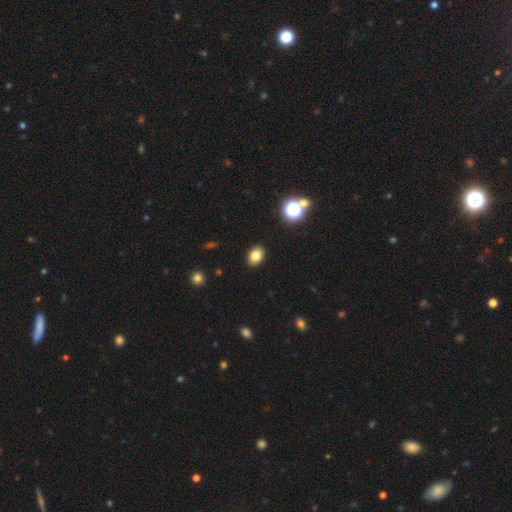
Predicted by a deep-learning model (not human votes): The model was most divided on "how rounded": in between: 68%, round: 31%, cigar-shaped: 1%. More confident: merging — none (90%); smooth or featured — smooth (81%).